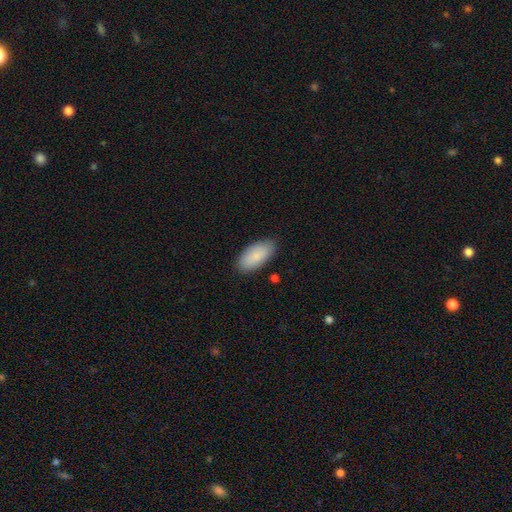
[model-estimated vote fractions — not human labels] smooth-or-featured: smooth: 87% | featured or disk: 7% | star or artifact: 6%
  how-rounded: in between: 92% | cigar-shaped: 6% | round: 2%
  merging: none: 86% | minor disturbance: 11% | major disturbance: 2% | merger: 1%